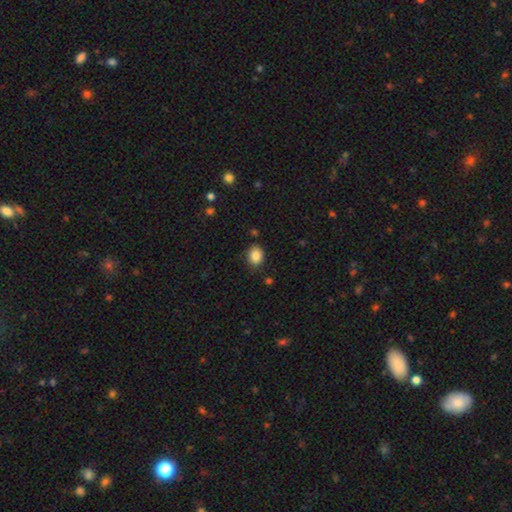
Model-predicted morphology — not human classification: Q: Smooth or featured?
A: smooth (86%); runner-up: star or artifact (9%)
Q: How rounded?
A: in between (51%); runner-up: round (48%)
Q: Merging?
A: none (81%); runner-up: minor disturbance (13%)